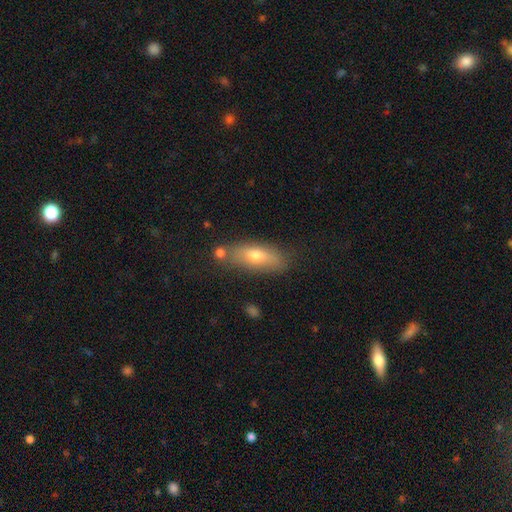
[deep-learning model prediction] This is likely a smooth galaxy (67%). How rounded: likely in between (69%). Merging: likely none (73%).